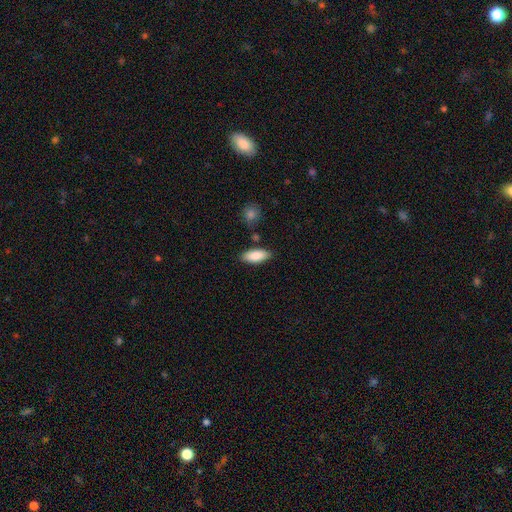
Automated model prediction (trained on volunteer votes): This is clearly a smooth galaxy (86%). How rounded: clearly in between (82%). Merging: clearly none (82%).